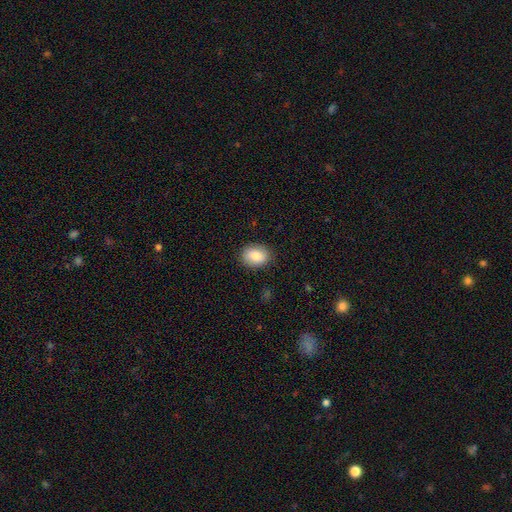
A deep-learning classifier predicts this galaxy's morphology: Smooth or featured?
  - smooth: 84% *
  - featured or disk: 9%
  - star or artifact: 7%
How rounded?
  - in between: 65% *
  - round: 34%
  - cigar-shaped: 1%
Merging?
  - none: 86% *
  - minor disturbance: 10%
  - major disturbance: 3%
  - merger: 1%